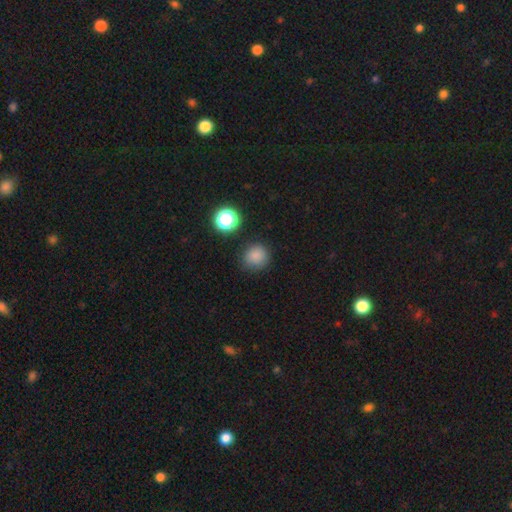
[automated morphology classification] Overall: smooth (82%). How rounded: round (88%). Merging: none (82%).